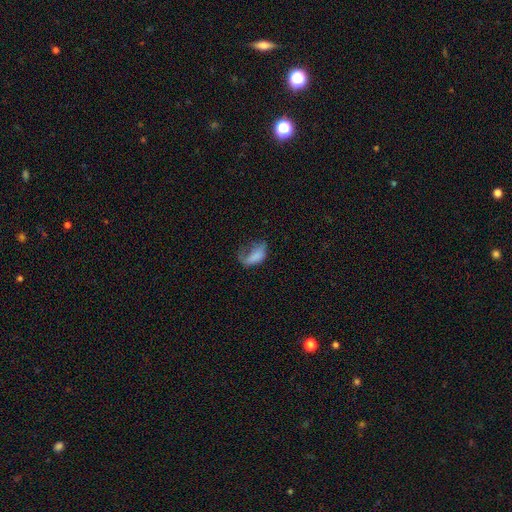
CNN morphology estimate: A smooth galaxy with no disk features (67%) that is in between round and cigar-shaped (90%).

Vote fractions:
- Smooth or featured? smooth: 67% / featured or disk: 23% / star or artifact: 10%
- How rounded? in between: 90% / round: 7% / cigar-shaped: 3%
- Merging? major disturbance: 55% / minor disturbance: 22% / none: 19% / merger: 4%